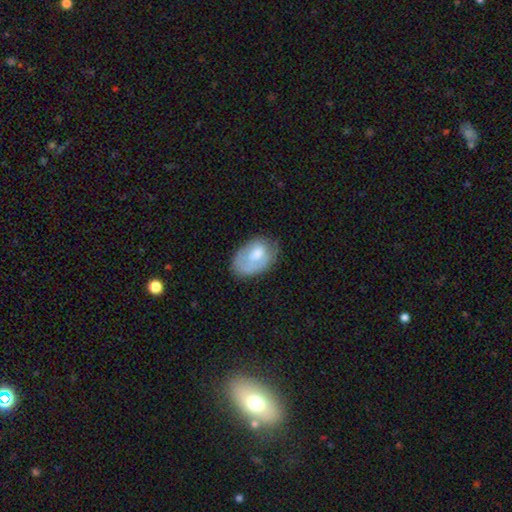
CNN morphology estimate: This appears to be a smooth galaxy with no disk features (60%) that is in between round and cigar-shaped (87%). Merging: none (57%).